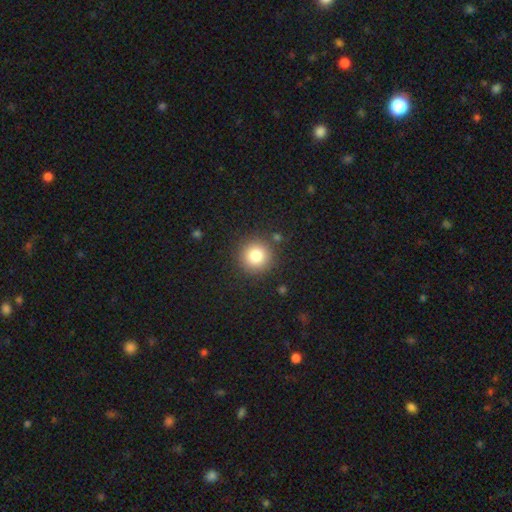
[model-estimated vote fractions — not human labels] This is clearly a smooth galaxy (82%). How rounded: clearly round (95%). Merging: clearly none (88%).